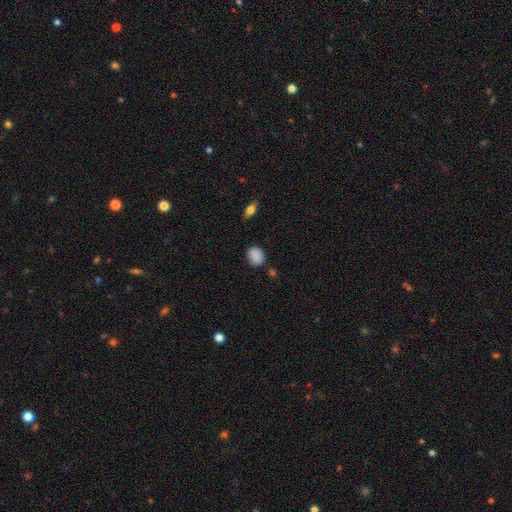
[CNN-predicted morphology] Smooth or featured?
  - smooth: 87% *
  - star or artifact: 8%
  - featured or disk: 5%
How rounded?
  - in between: 62% *
  - round: 36%
  - cigar-shaped: 1%
Merging?
  - none: 81% *
  - minor disturbance: 14%
  - major disturbance: 3%
  - merger: 3%